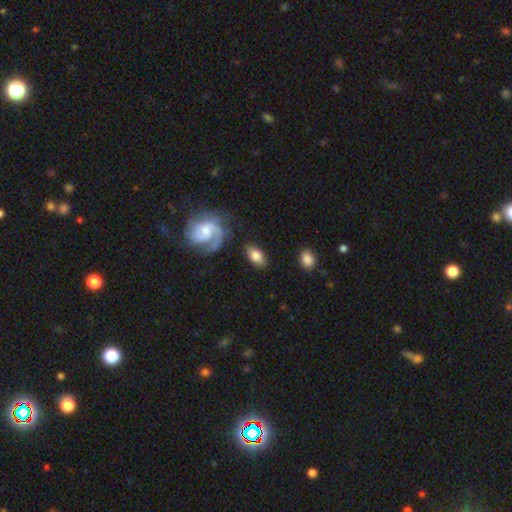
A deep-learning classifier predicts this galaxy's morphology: smooth_or_featured: smooth (p=0.62) [alt: featured or disk p=0.31]
how_rounded: in between (p=0.88) [alt: round p=0.07]
merging: none (p=0.78) [alt: minor disturbance p=0.14]